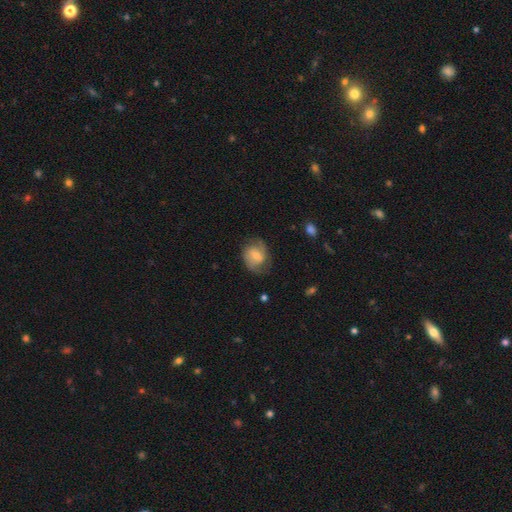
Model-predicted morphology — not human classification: Smooth or featured? featured or disk (55%)
Edge-on disk? no (97%)
Bar? weak (49%)
Spiral arms? yes (85%)
Bulge size? small (46%)
Merging? none (67%)